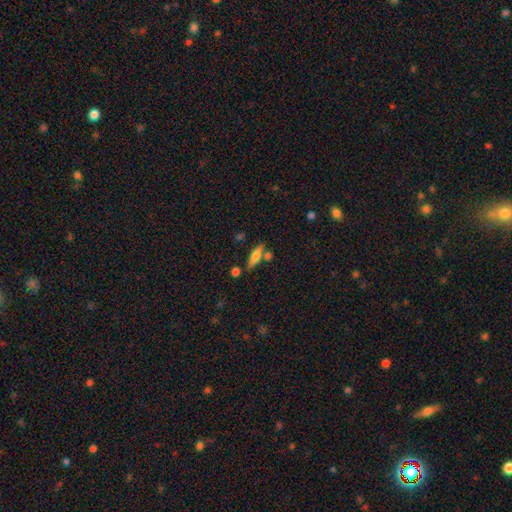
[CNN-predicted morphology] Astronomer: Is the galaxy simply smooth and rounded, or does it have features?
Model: smooth — 58% (runner-up: featured or disk, 35%).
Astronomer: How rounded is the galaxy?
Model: cigar-shaped — 64%.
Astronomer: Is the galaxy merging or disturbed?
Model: none — 70%.